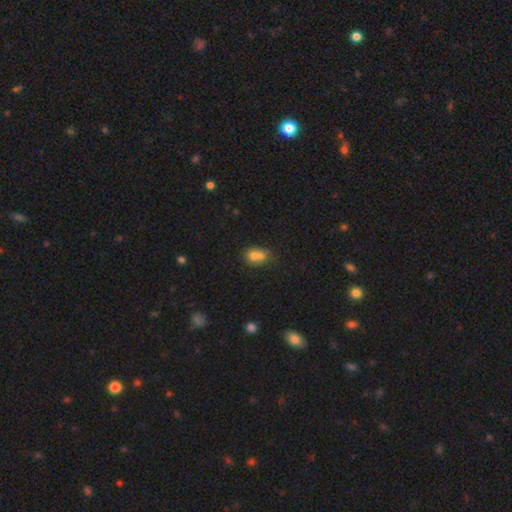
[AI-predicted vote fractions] A smooth galaxy with no disk features (70%) that is round (53%).

Vote fractions:
- Smooth or featured? smooth: 70% / featured or disk: 18% / star or artifact: 12%
- How rounded? round: 53% / in between: 46% / cigar-shaped: 1%
- Merging? merger: 61% / none: 26% / minor disturbance: 9% / major disturbance: 4%